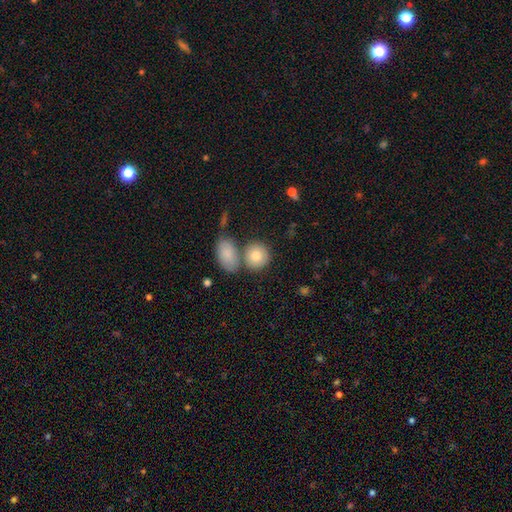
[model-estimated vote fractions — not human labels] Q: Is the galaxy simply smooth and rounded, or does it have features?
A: smooth — 82%.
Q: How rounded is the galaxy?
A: round — 76%.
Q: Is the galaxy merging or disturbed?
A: none — 61%.